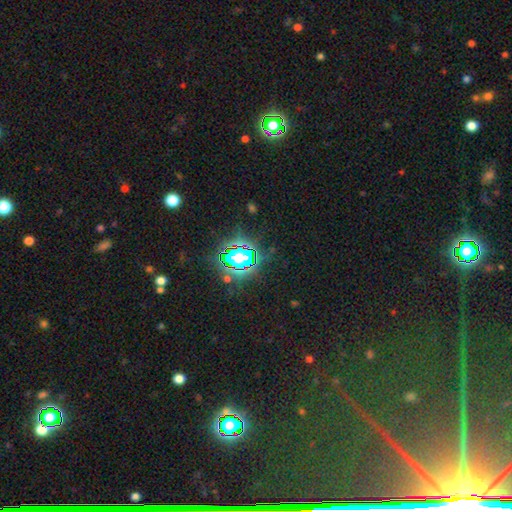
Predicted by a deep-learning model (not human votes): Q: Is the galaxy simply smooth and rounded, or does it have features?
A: star or artifact — 82%.